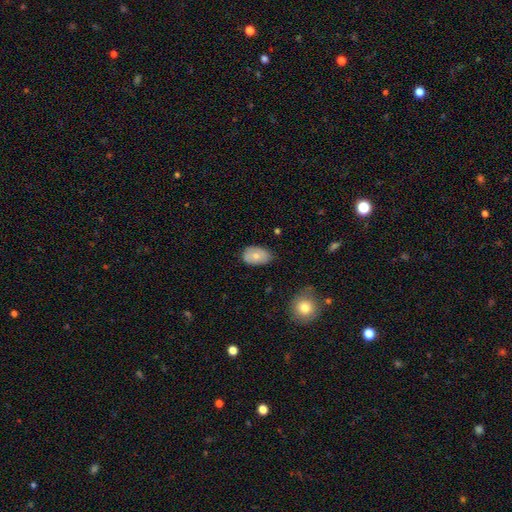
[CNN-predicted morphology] Smooth or featured?
  - smooth: 72% *
  - featured or disk: 20%
  - star or artifact: 8%
How rounded?
  - in between: 87% *
  - round: 12%
  - cigar-shaped: 1%
Merging?
  - none: 68% *
  - minor disturbance: 26%
  - major disturbance: 4%
  - merger: 2%